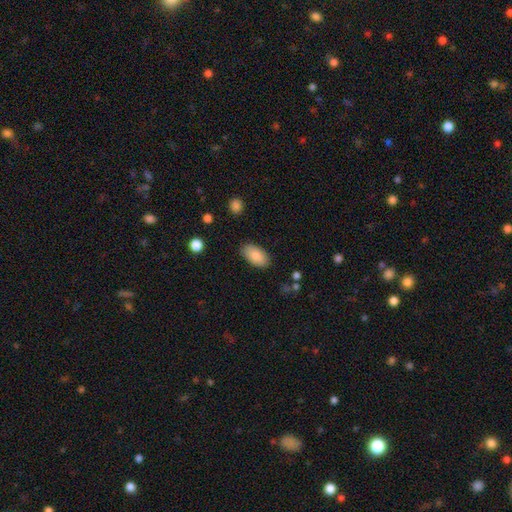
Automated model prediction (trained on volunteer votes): Morphology: type=smooth (86%); roundness=in between (95%); merging=none (85%).